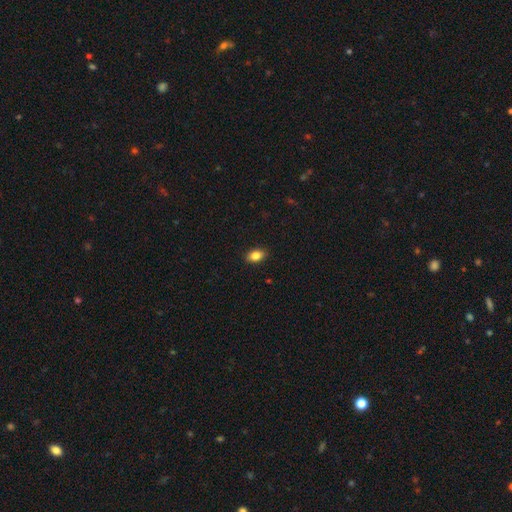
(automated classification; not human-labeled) The model was most divided on "how rounded": in between: 86%, round: 12%, cigar-shaped: 3%. More confident: merging — none (89%); smooth or featured — smooth (84%).